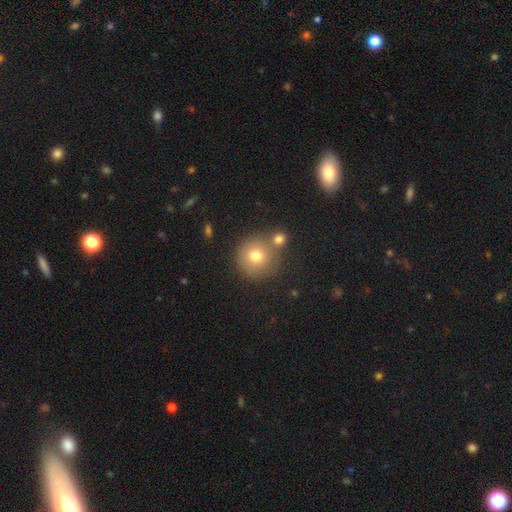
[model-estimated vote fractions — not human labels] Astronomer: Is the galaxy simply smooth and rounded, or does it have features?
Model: smooth — 75%.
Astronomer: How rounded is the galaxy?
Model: round — 93%.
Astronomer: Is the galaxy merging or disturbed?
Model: none — 66%.